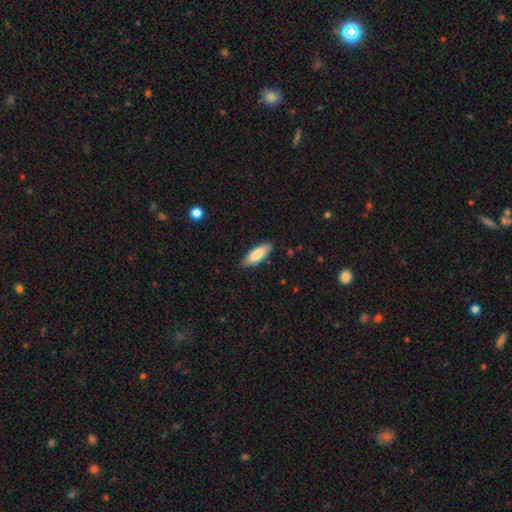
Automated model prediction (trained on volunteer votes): Smooth or featured? Predicted: smooth (p=0.85). How rounded? Predicted: in between (p=0.73). Merging? Predicted: none (p=0.87).